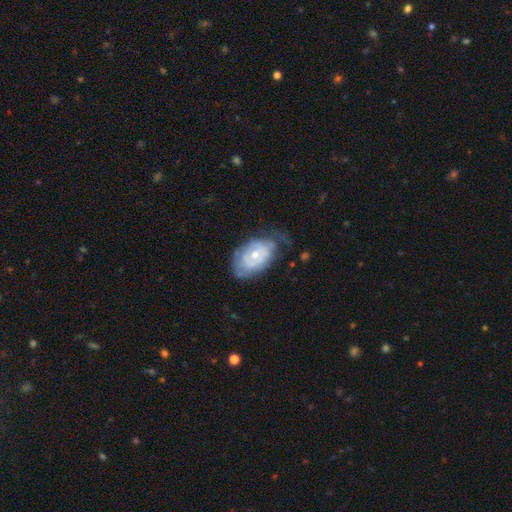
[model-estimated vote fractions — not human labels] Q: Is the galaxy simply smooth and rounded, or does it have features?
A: featured or disk — 63%.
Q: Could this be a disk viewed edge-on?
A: no — 95%.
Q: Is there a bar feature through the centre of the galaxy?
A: no — 78%.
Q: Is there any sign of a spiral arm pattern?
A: yes — 61%.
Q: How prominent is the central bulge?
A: small — 50%.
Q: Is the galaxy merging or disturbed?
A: none — 42%.